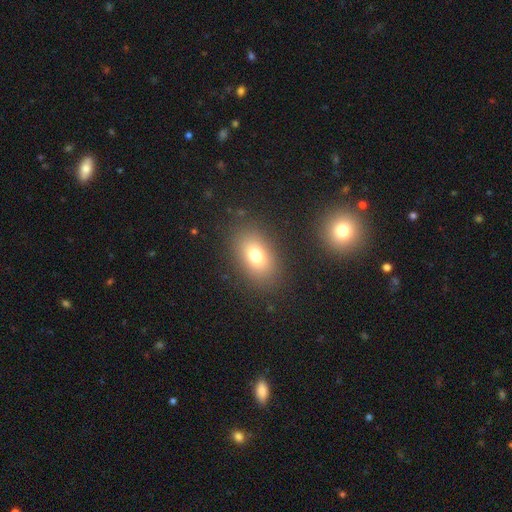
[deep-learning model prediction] smooth_or_featured: smooth (p=0.74) [alt: featured or disk p=0.14]
how_rounded: in between (p=0.80) [alt: round p=0.19]
merging: none (p=0.85) [alt: minor disturbance p=0.09]